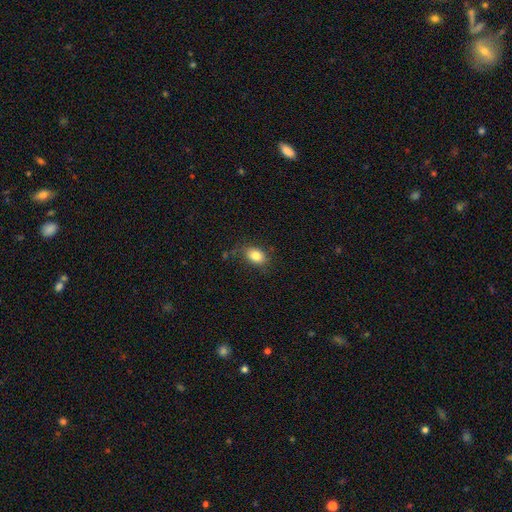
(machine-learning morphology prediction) smooth 83%, star or artifact 9%, featured or disk 8%. Down the decision tree: how rounded — in between (81%); merging — none (76%).